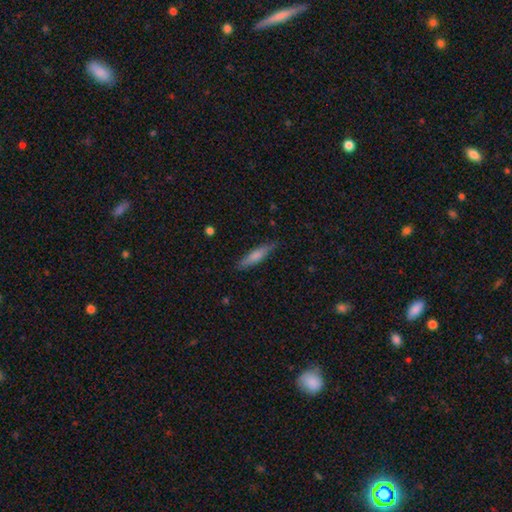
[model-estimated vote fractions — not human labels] Smooth or featured? Predicted: smooth (p=0.70). How rounded? Predicted: cigar-shaped (p=0.79). Merging? Predicted: none (p=0.82).